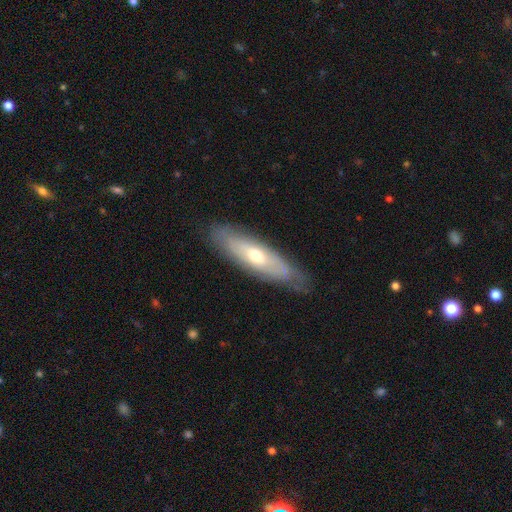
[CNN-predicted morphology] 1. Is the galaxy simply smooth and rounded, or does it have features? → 54% featured or disk, 40% smooth, 6% star or artifact.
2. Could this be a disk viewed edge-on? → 57% no, 43% yes.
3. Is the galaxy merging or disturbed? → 75% none, 19% minor disturbance, 5% major disturbance, 1% merger.